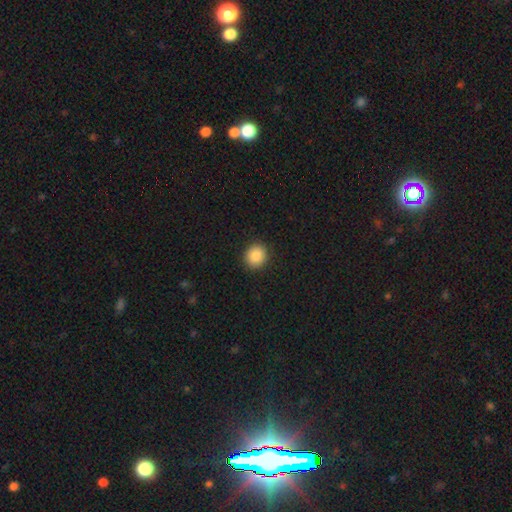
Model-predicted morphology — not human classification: Smooth or featured?
  - smooth: 88% *
  - star or artifact: 9%
  - featured or disk: 4%
How rounded?
  - round: 83% *
  - in between: 16%
  - cigar-shaped: 1%
Merging?
  - none: 91% *
  - minor disturbance: 6%
  - major disturbance: 2%
  - merger: 1%